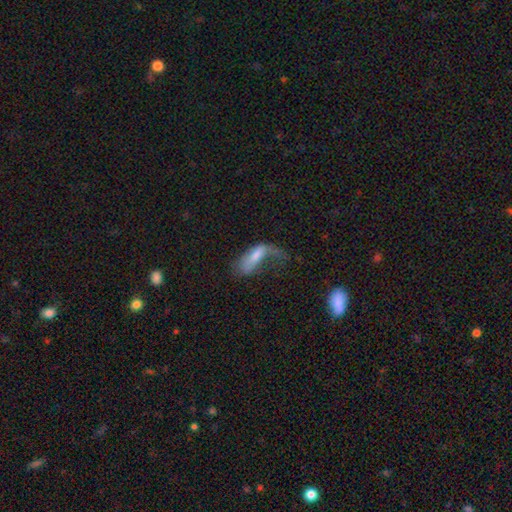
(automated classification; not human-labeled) This is possibly a smooth galaxy (54%). How rounded: likely in between (65%). Merging: possibly major disturbance (59%).